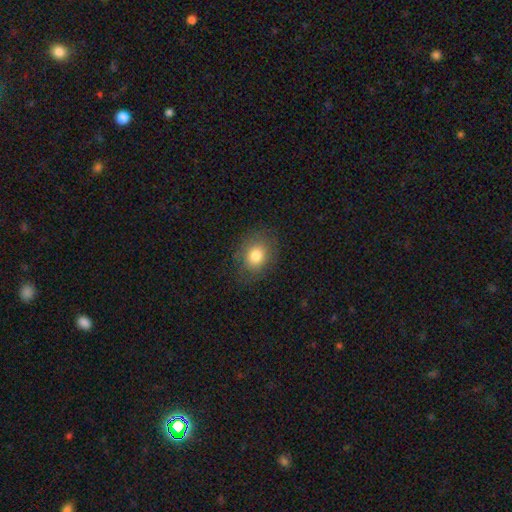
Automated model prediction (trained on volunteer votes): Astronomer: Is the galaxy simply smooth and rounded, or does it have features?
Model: smooth — 79%.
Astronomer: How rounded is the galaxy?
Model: in between — 51% (runner-up: round, 49%).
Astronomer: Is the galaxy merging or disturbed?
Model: none — 81%.